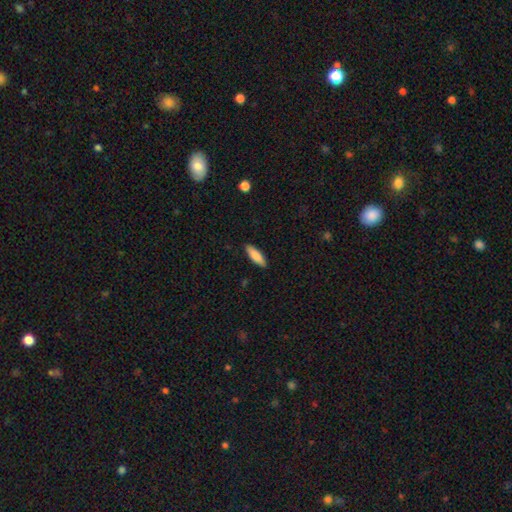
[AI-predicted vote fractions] smooth-or-featured: smooth: 84% | featured or disk: 10% | star or artifact: 6%
  how-rounded: in between: 50% | cigar-shaped: 49% | round: 2%
  merging: none: 89% | minor disturbance: 8% | major disturbance: 2% | merger: 1%